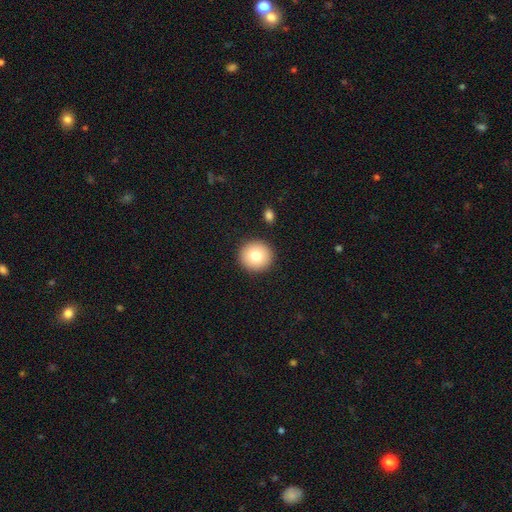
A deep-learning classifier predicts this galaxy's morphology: smooth-or-featured: smooth: 78% | featured or disk: 12% | star or artifact: 9%
  how-rounded: round: 94% | in between: 5% | cigar-shaped: 1%
  merging: none: 91% | minor disturbance: 6% | merger: 2% | major disturbance: 2%